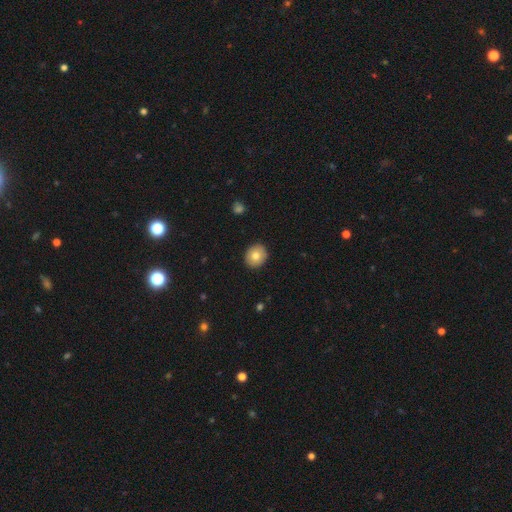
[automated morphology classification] A smooth galaxy with no disk features (80%) that is round (73%). Merging: none (91%).